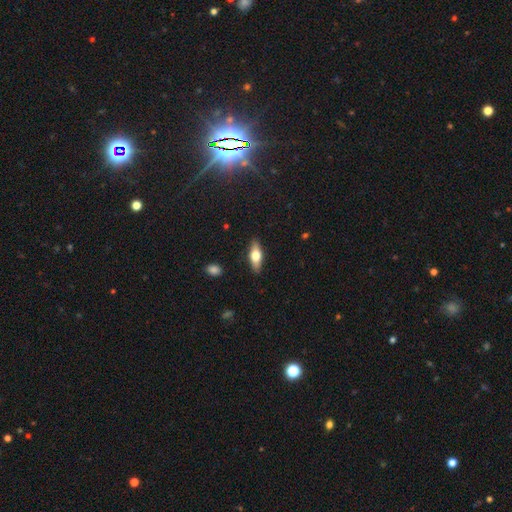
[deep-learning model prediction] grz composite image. It shows a smooth galaxy with no disk features (54%) that is in between round and cigar-shaped (63%). Merging: none (87%).